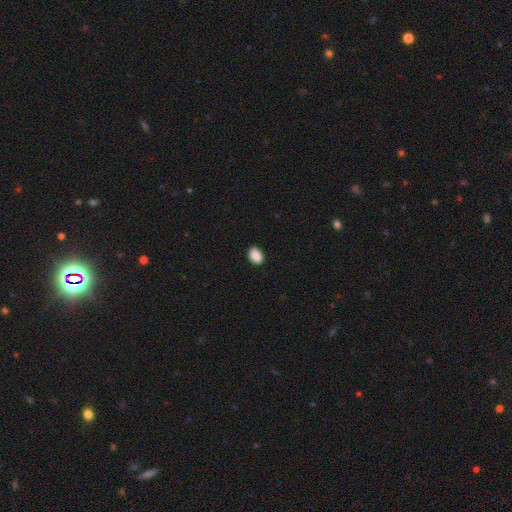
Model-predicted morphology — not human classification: Smooth or featured? smooth (90%)
How rounded? in between (77%)
Merging? none (88%)